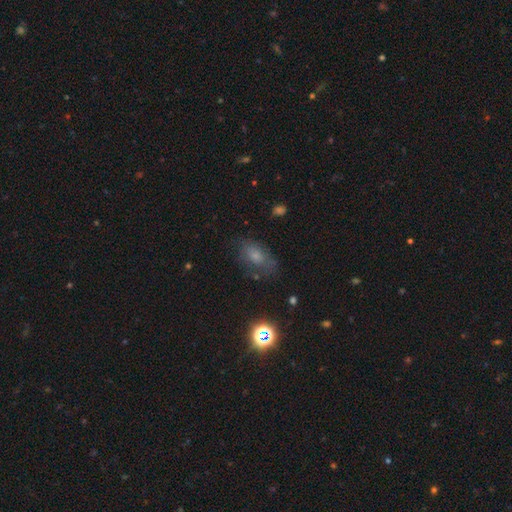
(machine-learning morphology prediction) smooth_or_featured: smooth (p=0.60) [alt: featured or disk p=0.23]
how_rounded: in between (p=0.86) [alt: round p=0.10]
merging: none (p=0.61) [alt: minor disturbance p=0.24]